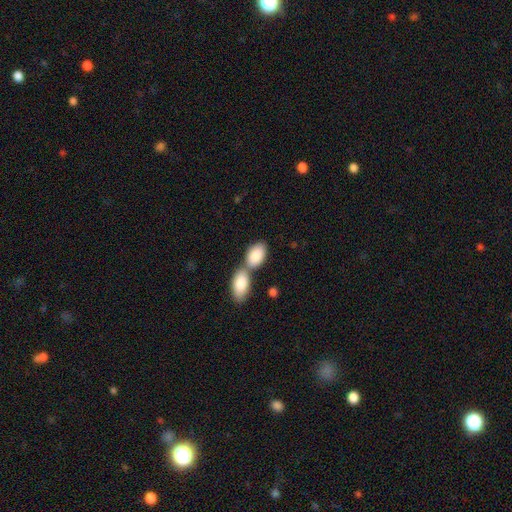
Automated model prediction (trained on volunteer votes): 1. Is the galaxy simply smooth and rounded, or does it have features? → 85% smooth, 9% featured or disk, 6% star or artifact.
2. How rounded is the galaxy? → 92% in between, 5% round, 2% cigar-shaped.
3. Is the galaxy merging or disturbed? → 53% merger, 35% none, 9% minor disturbance, 3% major disturbance.